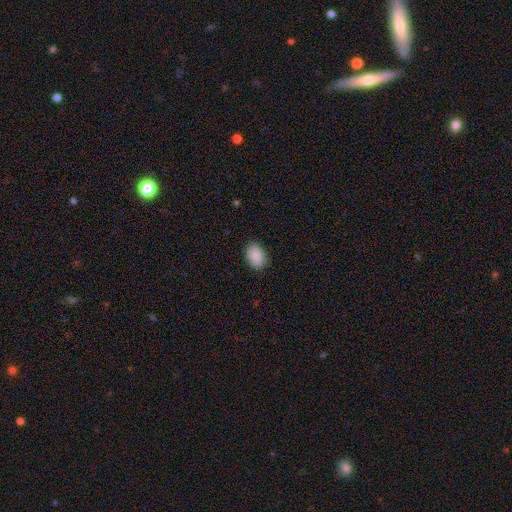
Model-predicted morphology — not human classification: Overall: smooth (90%). How rounded: in between (82%). Merging: none (86%).